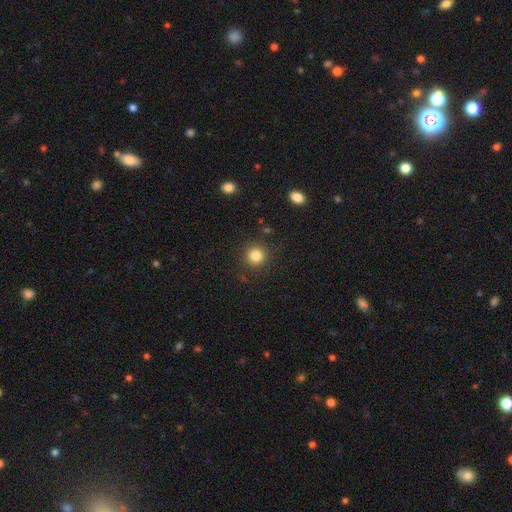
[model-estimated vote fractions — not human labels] Smooth or featured: smooth — 82% (star or artifact — 12%)
How rounded: round — 94% (in between — 5%)
Merging: none — 89% (minor disturbance — 7%)